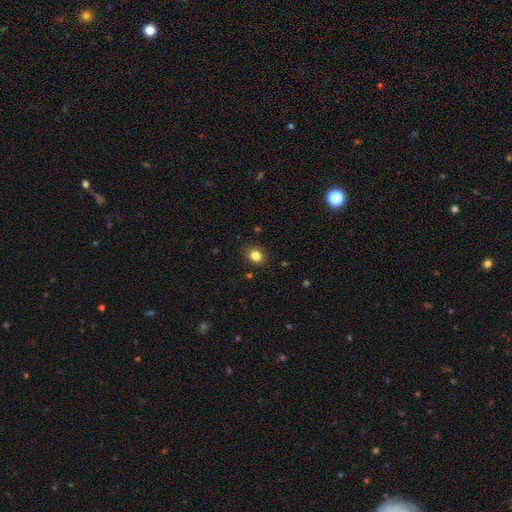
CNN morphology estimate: This is clearly a smooth galaxy (83%). How rounded: possibly round (52%). Merging: clearly none (88%).